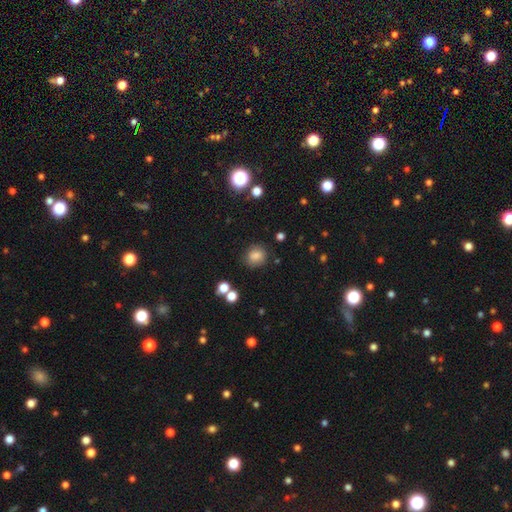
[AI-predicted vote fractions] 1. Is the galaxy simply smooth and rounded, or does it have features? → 82% smooth, 12% star or artifact, 6% featured or disk.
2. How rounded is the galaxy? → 75% round, 24% in between, 1% cigar-shaped.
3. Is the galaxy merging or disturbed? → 83% none, 11% minor disturbance, 3% major disturbance, 3% merger.